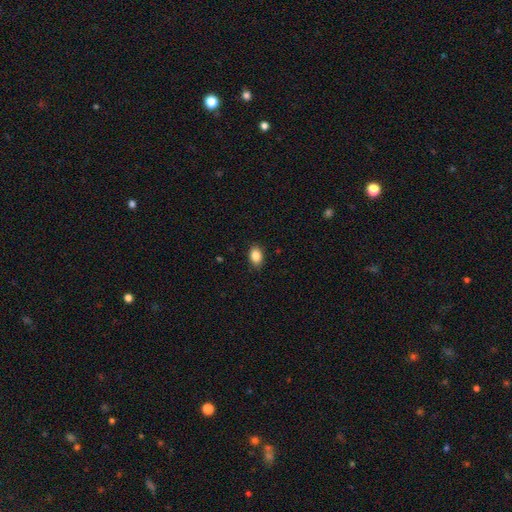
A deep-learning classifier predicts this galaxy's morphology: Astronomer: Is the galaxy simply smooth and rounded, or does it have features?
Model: smooth — 87%.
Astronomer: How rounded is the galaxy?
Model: in between — 83%.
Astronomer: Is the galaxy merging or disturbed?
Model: none — 88%.